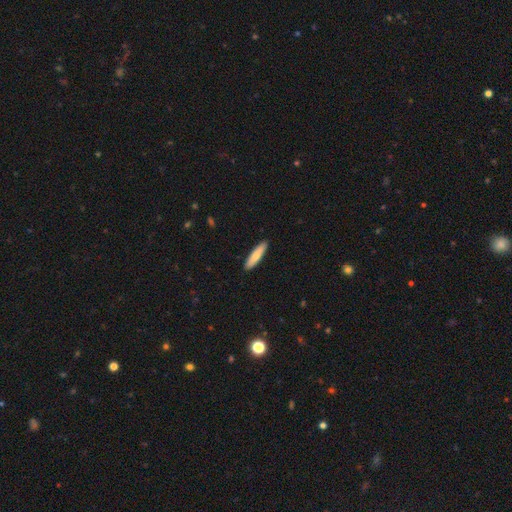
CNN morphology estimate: This is likely a smooth galaxy (75%). How rounded: clearly cigar-shaped (80%). Merging: clearly none (91%).